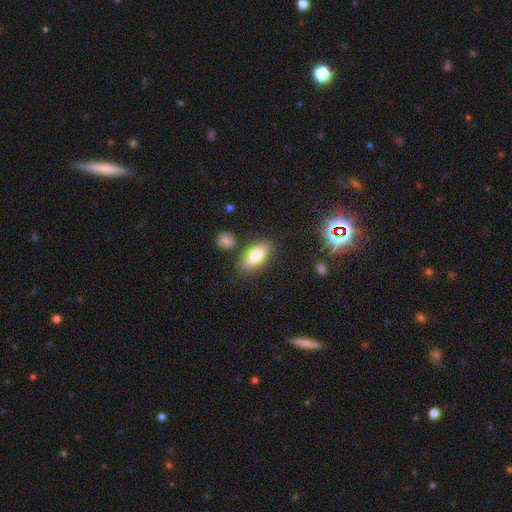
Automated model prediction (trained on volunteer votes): smooth 77%, featured or disk 15%, star or artifact 8%. Down the decision tree: how rounded — in between (85%); merging — none (80%).